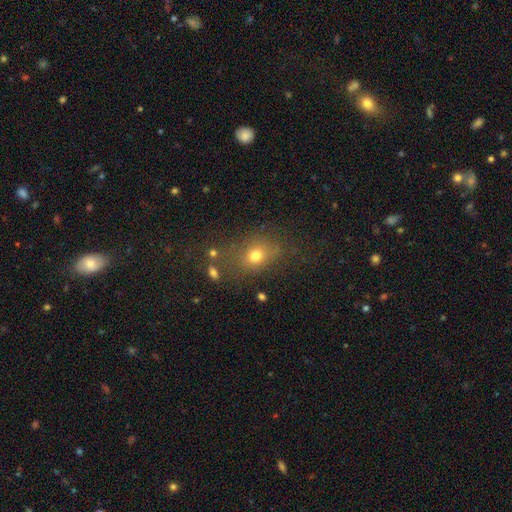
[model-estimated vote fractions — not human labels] Smooth or featured: smooth — 71% (star or artifact — 17%)
How rounded: in between — 50% (round — 48%)
Merging: none — 67% (minor disturbance — 17%)